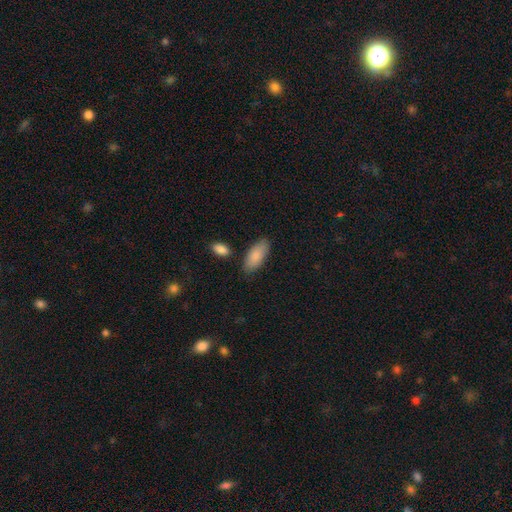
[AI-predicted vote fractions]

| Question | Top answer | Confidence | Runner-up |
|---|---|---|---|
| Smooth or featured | smooth | 87% | featured or disk (7%) |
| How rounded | in between | 88% | cigar-shaped (10%) |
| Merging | none | 80% | minor disturbance (13%) |